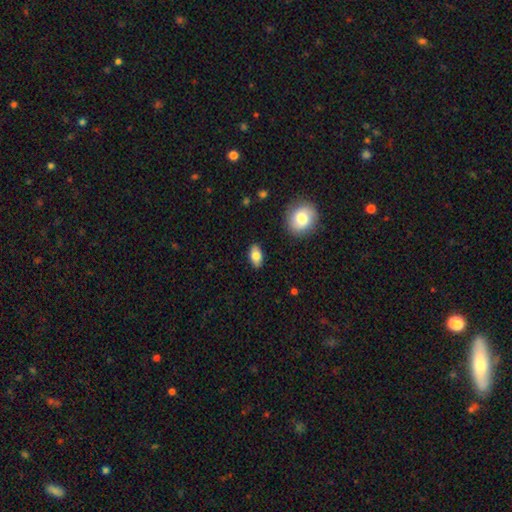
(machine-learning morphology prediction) Smooth or featured: smooth — 80% (featured or disk — 13%)
How rounded: in between — 90% (round — 6%)
Merging: none — 87% (minor disturbance — 9%)